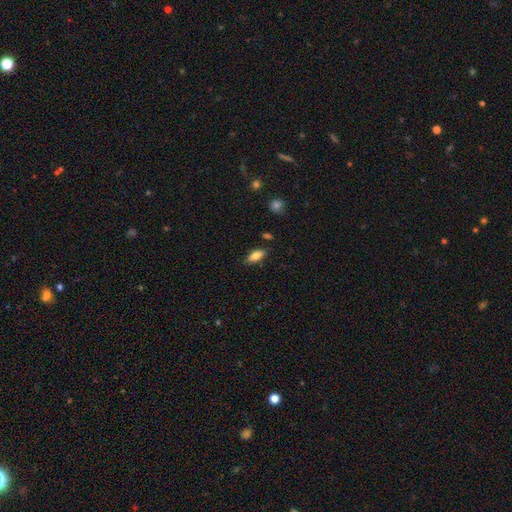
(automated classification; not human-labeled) smooth 83%, featured or disk 10%, star or artifact 7%. Down the decision tree: how rounded — in between (86%); merging — none (83%).